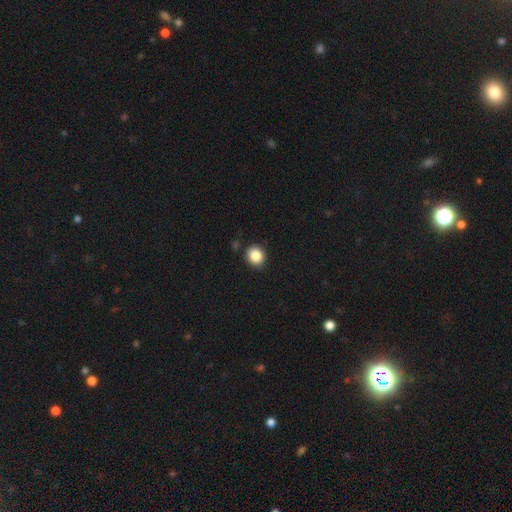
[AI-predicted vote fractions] Smooth or featured?
  - smooth: 85% *
  - star or artifact: 10%
  - featured or disk: 5%
How rounded?
  - round: 76% *
  - in between: 23%
  - cigar-shaped: 1%
Merging?
  - none: 88% *
  - minor disturbance: 8%
  - merger: 2%
  - major disturbance: 2%